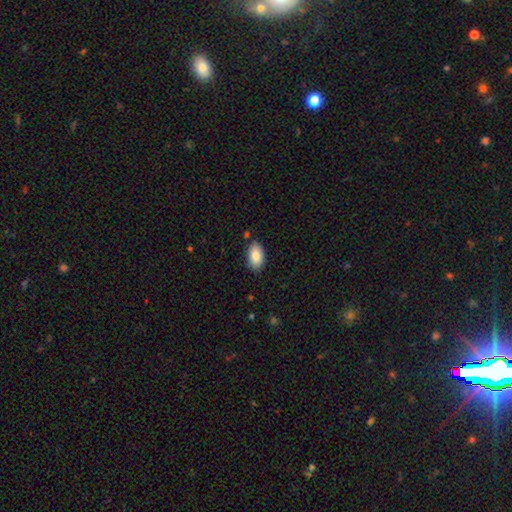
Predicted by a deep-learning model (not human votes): A smooth galaxy with no disk features (87%) that is in between round and cigar-shaped (94%). Merging: none (84%).